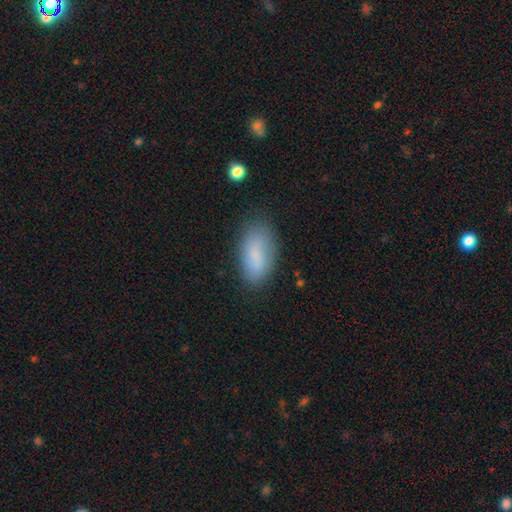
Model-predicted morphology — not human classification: This is clearly a smooth galaxy (84%). How rounded: clearly in between (91%). Merging: likely none (77%).